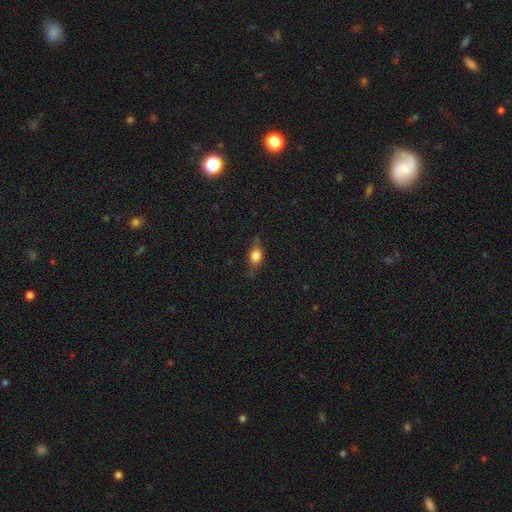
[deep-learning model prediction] The model was most divided on "how rounded": in between: 67%, round: 25%, cigar-shaped: 9%. More confident: smooth or featured — smooth (73%); merging — none (67%).